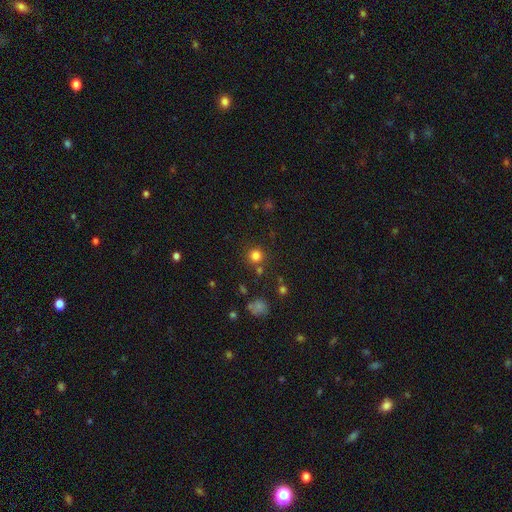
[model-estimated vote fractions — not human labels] Smooth or featured? smooth (79%)
How rounded? round (93%)
Merging? none (81%)